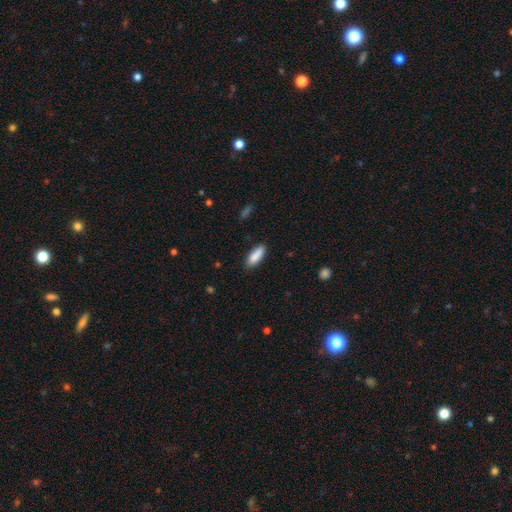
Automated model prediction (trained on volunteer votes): Smooth or featured?
  - smooth: 88% *
  - star or artifact: 6%
  - featured or disk: 6%
How rounded?
  - in between: 64% *
  - cigar-shaped: 35%
  - round: 2%
Merging?
  - none: 85% *
  - minor disturbance: 11%
  - major disturbance: 2%
  - merger: 1%